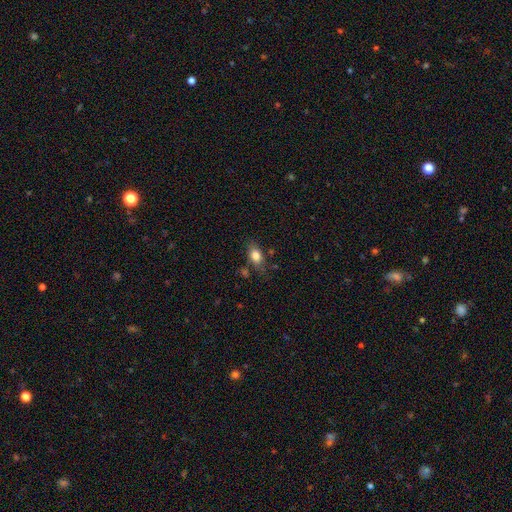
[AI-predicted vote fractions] Smooth or featured?
  - smooth: 80% *
  - featured or disk: 11%
  - star or artifact: 9%
How rounded?
  - in between: 81% *
  - round: 13%
  - cigar-shaped: 6%
Merging?
  - none: 68% *
  - minor disturbance: 20%
  - major disturbance: 6%
  - merger: 6%